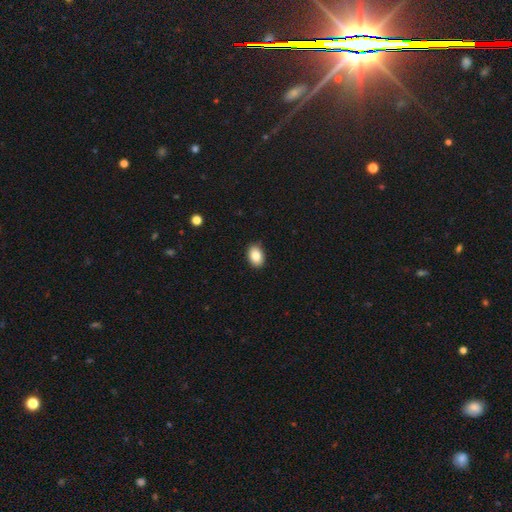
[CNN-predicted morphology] Overall: smooth (86%). How rounded: in between (84%). Merging: none (88%).